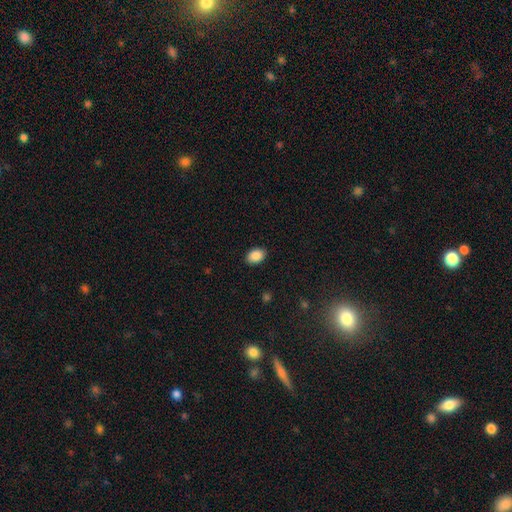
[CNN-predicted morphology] The model was most divided on "how rounded": in between: 80%, round: 19%, cigar-shaped: 1%. More confident: merging — none (89%); smooth or featured — smooth (89%).